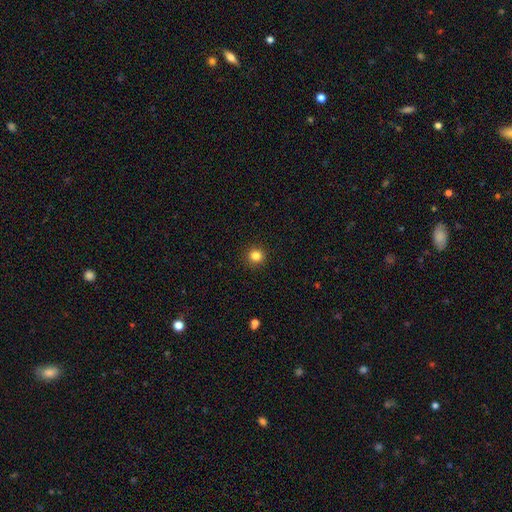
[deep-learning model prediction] A smooth galaxy with no disk features (84%) that is round (91%).

Vote fractions:
- Smooth or featured? smooth: 84% / star or artifact: 12% / featured or disk: 4%
- How rounded? round: 91% / in between: 8% / cigar-shaped: 1%
- Merging? none: 92% / minor disturbance: 5% / major disturbance: 2% / merger: 1%